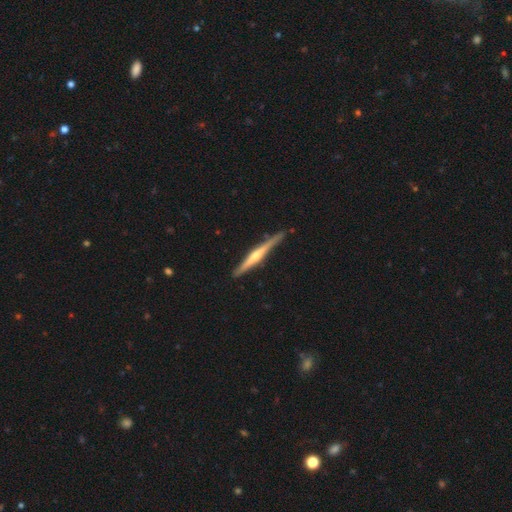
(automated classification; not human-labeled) A featured or disk galaxy (76%) viewed edge-on (98%) with a rounded central bulge (82%).

Vote fractions:
- Smooth or featured? featured or disk: 76% / smooth: 19% / star or artifact: 5%
- Edge-on disk? yes: 98% / no: 2%
- Edge-on bulge? rounded: 82% / none: 12% / boxy: 6%
- Merging? none: 87% / minor disturbance: 10% / major disturbance: 2% / merger: 1%